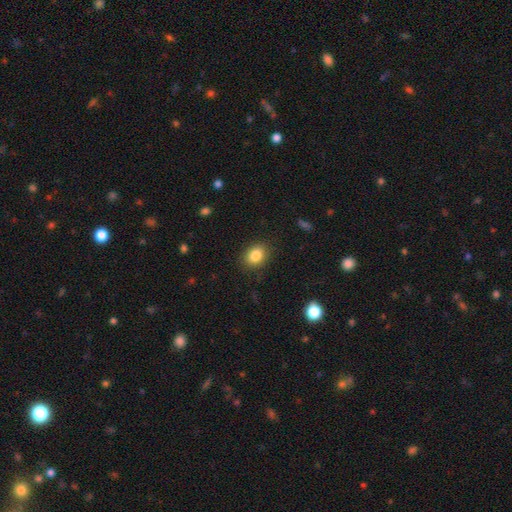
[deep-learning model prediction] Smooth or featured? Predicted: smooth (p=0.84). How rounded? Predicted: in between (p=0.56). Merging? Predicted: none (p=0.86).